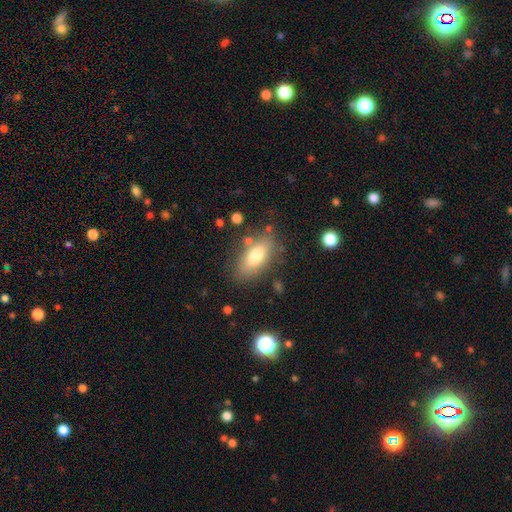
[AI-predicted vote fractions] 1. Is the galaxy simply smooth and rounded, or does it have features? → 74% smooth, 19% featured or disk, 8% star or artifact.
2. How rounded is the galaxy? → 83% in between, 12% cigar-shaped, 4% round.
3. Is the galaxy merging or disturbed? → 77% none, 14% minor disturbance, 5% major disturbance, 4% merger.